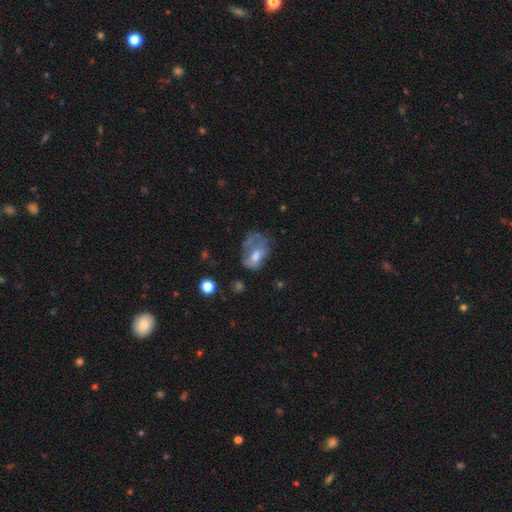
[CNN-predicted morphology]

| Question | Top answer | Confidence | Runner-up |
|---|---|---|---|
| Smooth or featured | smooth | 46% | featured or disk (42%) |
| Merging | major disturbance | 42% | none (28%) |